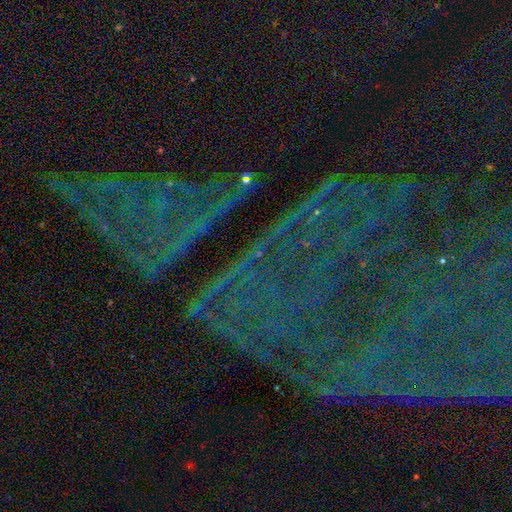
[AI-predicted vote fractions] smooth_or_featured: star or artifact (p=0.86) [alt: featured or disk p=0.08]